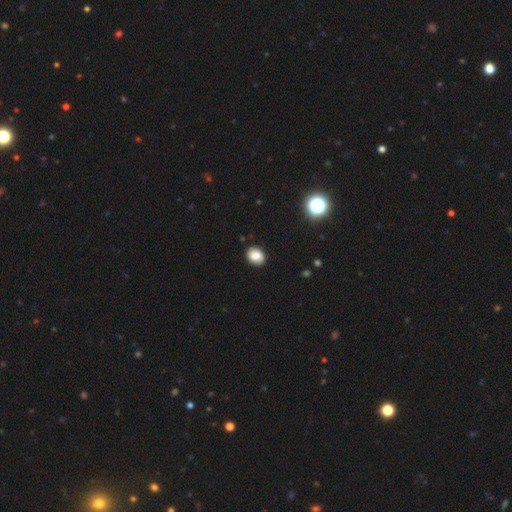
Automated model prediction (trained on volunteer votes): smooth-or-featured: smooth: 79% | featured or disk: 11% | star or artifact: 10%
  how-rounded: in between: 51% | round: 48% | cigar-shaped: 1%
  merging: none: 88% | minor disturbance: 8% | major disturbance: 2% | merger: 1%